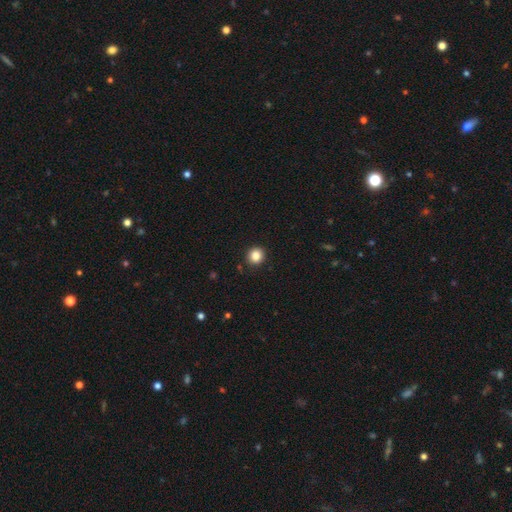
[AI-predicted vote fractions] smooth-or-featured: smooth: 86% | star or artifact: 11% | featured or disk: 4%
  how-rounded: round: 89% | in between: 10% | cigar-shaped: 1%
  merging: none: 90% | minor disturbance: 6% | major disturbance: 2% | merger: 1%